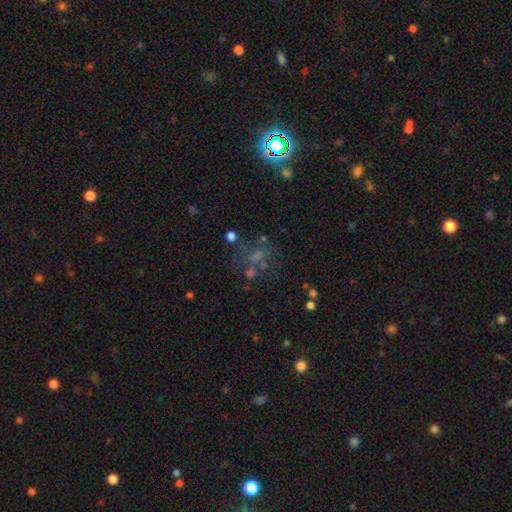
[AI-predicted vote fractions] Morphology: type=star or artifact (39%).